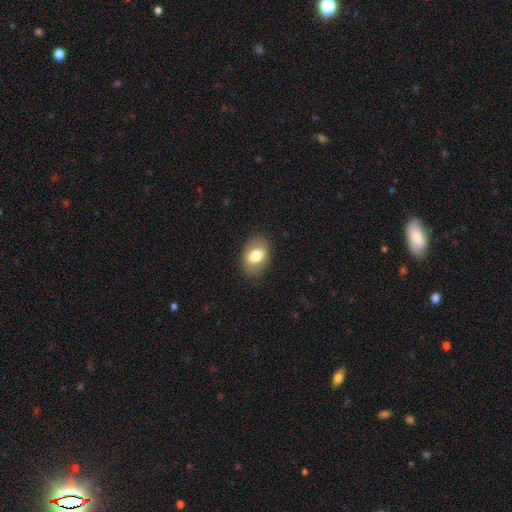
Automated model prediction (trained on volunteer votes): smooth_or_featured: smooth (p=0.73) [alt: featured or disk p=0.19]
how_rounded: in between (p=0.83) [alt: round p=0.16]
merging: none (p=0.83) [alt: minor disturbance p=0.12]